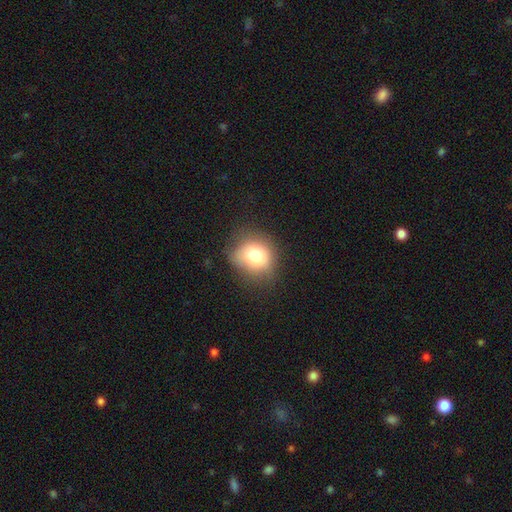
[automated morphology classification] The model was most divided on "how rounded": round: 75%, in between: 24%, cigar-shaped: 1%. More confident: smooth or featured — smooth (76%); merging — none (72%).